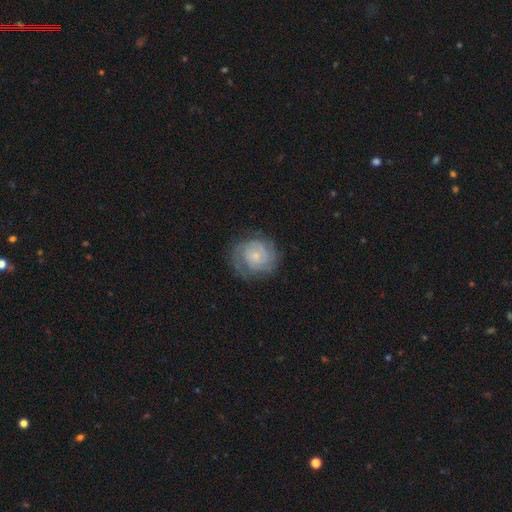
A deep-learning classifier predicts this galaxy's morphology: type=featured or disk (77%); edge-on=no (98%); bar=no (77%); spiral arms=yes (94%); winding=tight (73%); arm count=2 (35%); bulge=small (75%); merging=none (75%).